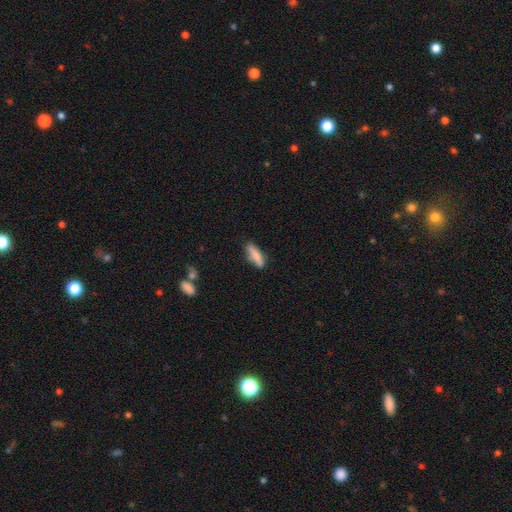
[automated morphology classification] Smooth or featured? smooth (80%)
How rounded? cigar-shaped (66%)
Merging? none (72%)